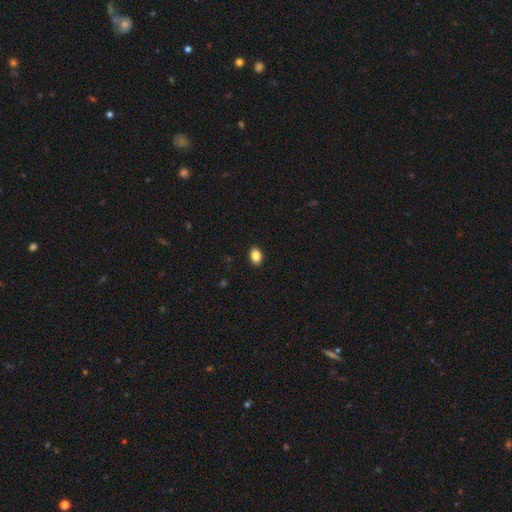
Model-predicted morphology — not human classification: type=smooth (86%); roundness=in between (74%); merging=none (91%).